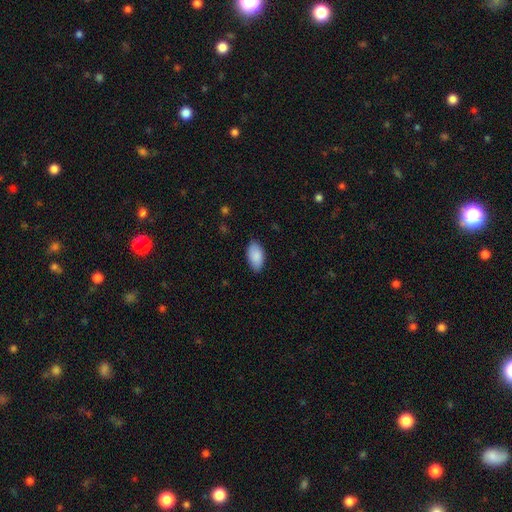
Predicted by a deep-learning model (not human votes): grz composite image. It shows a smooth galaxy with no disk features (89%) that is in between round and cigar-shaped (95%). Merging: none (84%).